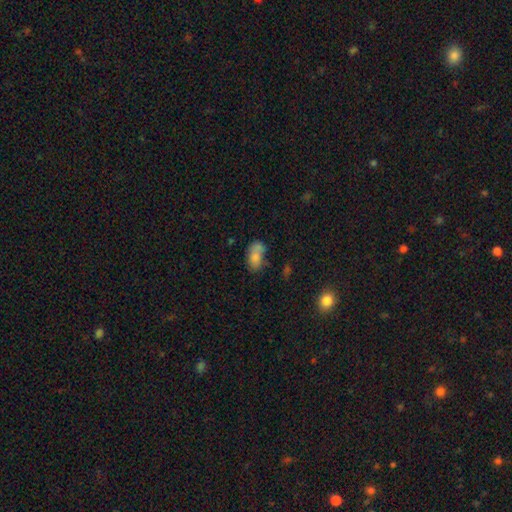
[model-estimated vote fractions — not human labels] smooth_or_featured: smooth (p=0.77) [alt: featured or disk p=0.14]
how_rounded: in between (p=0.90) [alt: round p=0.07]
merging: none (p=0.39) [alt: merger p=0.30]